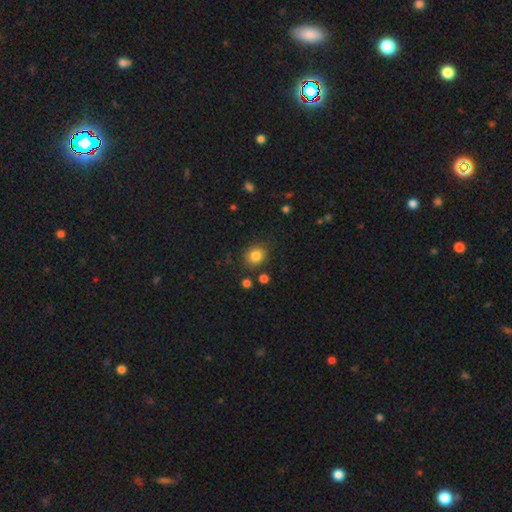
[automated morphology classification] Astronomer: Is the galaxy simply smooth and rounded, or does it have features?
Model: smooth — 84%.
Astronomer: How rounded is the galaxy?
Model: round — 70%.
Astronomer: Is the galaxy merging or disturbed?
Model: none — 82%.